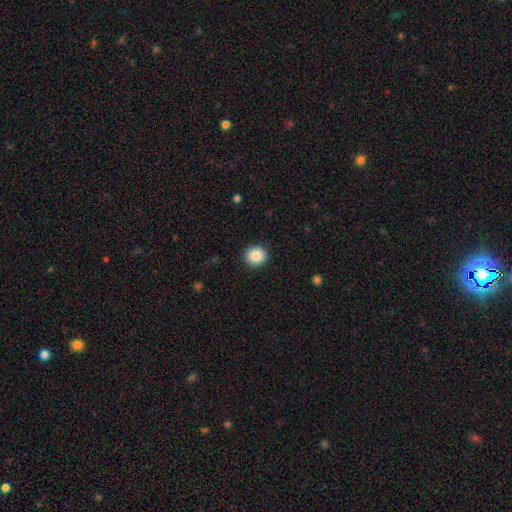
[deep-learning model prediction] A smooth galaxy with no disk features (87%) that is round (90%).

Vote fractions:
- Smooth or featured? smooth: 87% / star or artifact: 8% / featured or disk: 5%
- How rounded? round: 90% / in between: 9% / cigar-shaped: 1%
- Merging? none: 92% / minor disturbance: 6% / major disturbance: 2% / merger: 1%